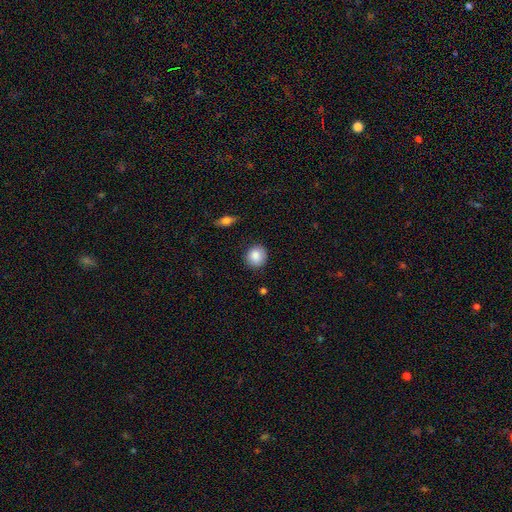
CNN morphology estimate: A smooth galaxy with no disk features (88%) that is round (85%).

Vote fractions:
- Smooth or featured? smooth: 88% / star or artifact: 8% / featured or disk: 5%
- How rounded? round: 85% / in between: 14% / cigar-shaped: 1%
- Merging? none: 88% / minor disturbance: 9% / major disturbance: 2% / merger: 2%